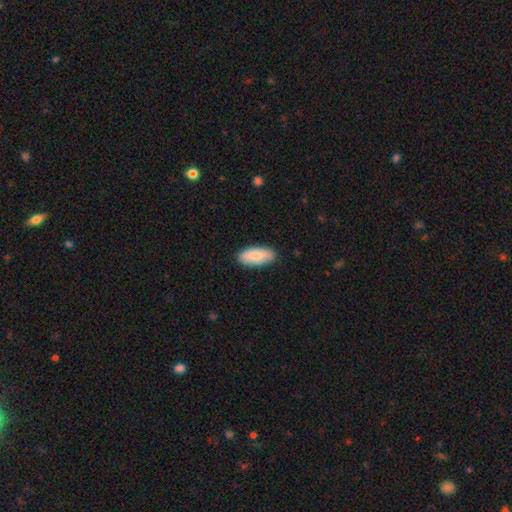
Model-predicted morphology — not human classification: Smooth or featured?
  - smooth: 83% *
  - featured or disk: 11%
  - star or artifact: 6%
How rounded?
  - in between: 88% *
  - cigar-shaped: 10%
  - round: 2%
Merging?
  - none: 88% *
  - minor disturbance: 9%
  - major disturbance: 2%
  - merger: 1%